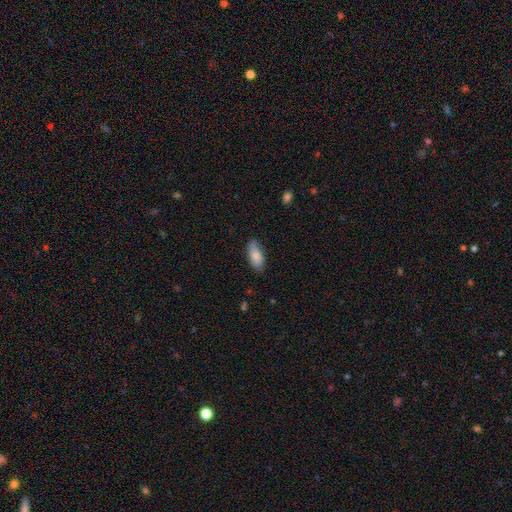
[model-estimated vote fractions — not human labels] Overall: smooth (80%). How rounded: in between (87%). Merging: none (72%).